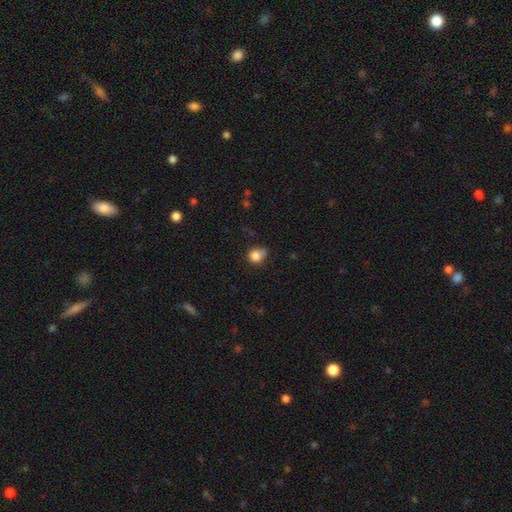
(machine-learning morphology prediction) smooth 82%, star or artifact 11%, featured or disk 7%. Down the decision tree: how rounded — round (72%); merging — none (50%).